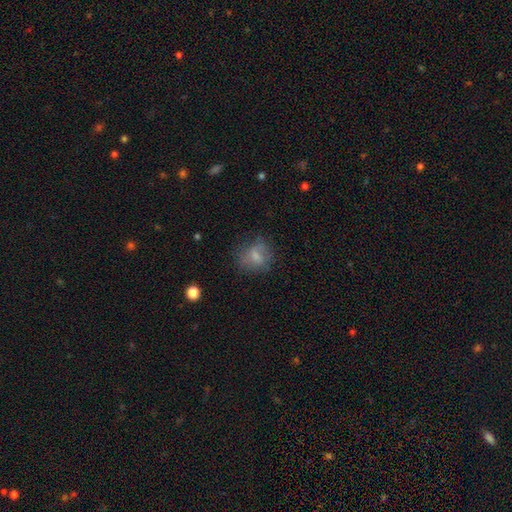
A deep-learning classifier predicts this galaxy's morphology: Smooth or featured? smooth (66%)
How rounded? round (59%)
Merging? none (55%)